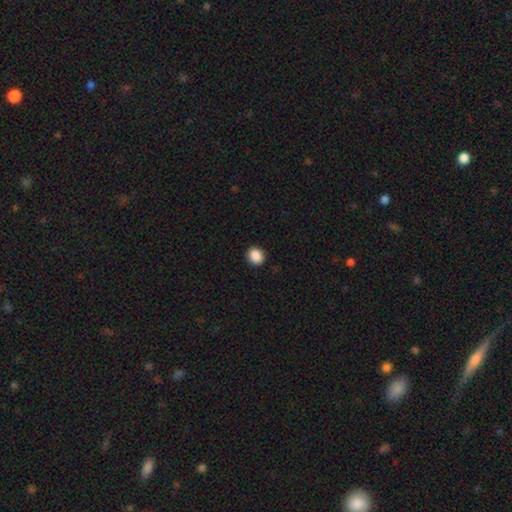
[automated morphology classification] Smooth or featured?
  - smooth: 88% *
  - star or artifact: 9%
  - featured or disk: 2%
How rounded?
  - round: 84% *
  - in between: 15%
  - cigar-shaped: 1%
Merging?
  - none: 92% *
  - minor disturbance: 6%
  - major disturbance: 2%
  - merger: 1%